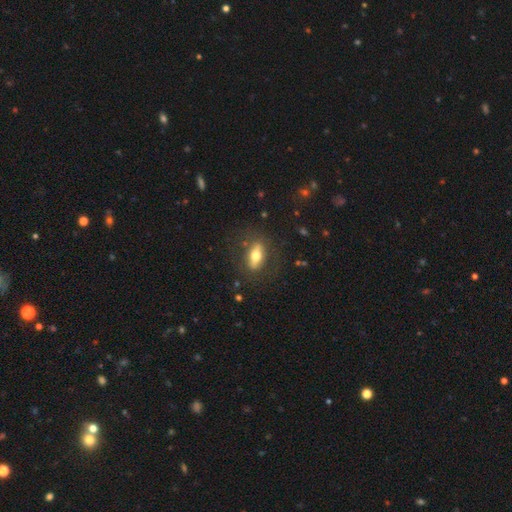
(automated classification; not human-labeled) smooth-or-featured: smooth: 55% | featured or disk: 38% | star or artifact: 7%
  how-rounded: in between: 71% | cigar-shaped: 22% | round: 6%
  merging: none: 79% | minor disturbance: 13% | major disturbance: 7% | merger: 1%